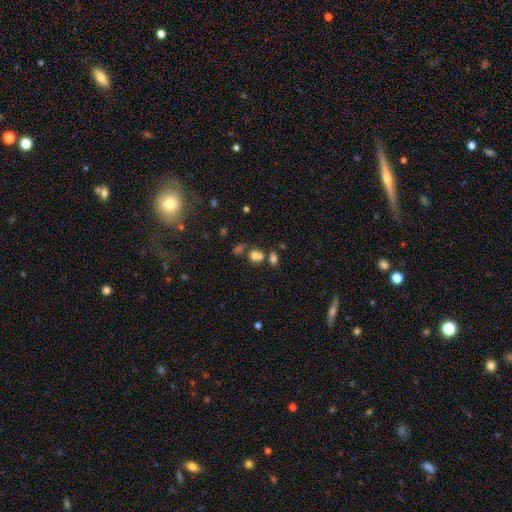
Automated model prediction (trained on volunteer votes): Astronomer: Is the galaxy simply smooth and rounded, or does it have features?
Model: smooth — 69%.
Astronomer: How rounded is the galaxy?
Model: round — 51% (runner-up: in between, 47%).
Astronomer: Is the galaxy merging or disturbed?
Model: none — 43% (runner-up: merger, 37%).